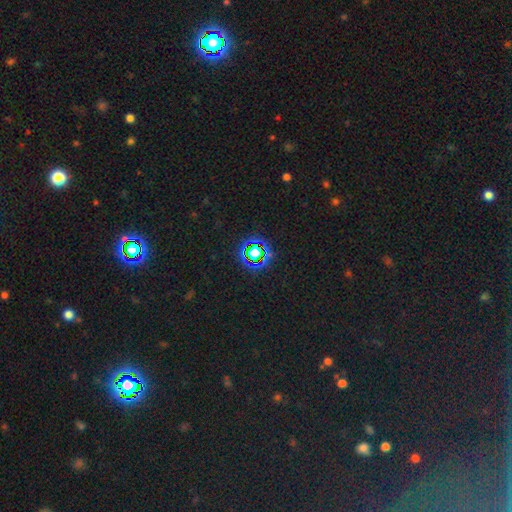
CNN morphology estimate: smooth-or-featured: star or artifact: 72% | smooth: 18% | featured or disk: 11%